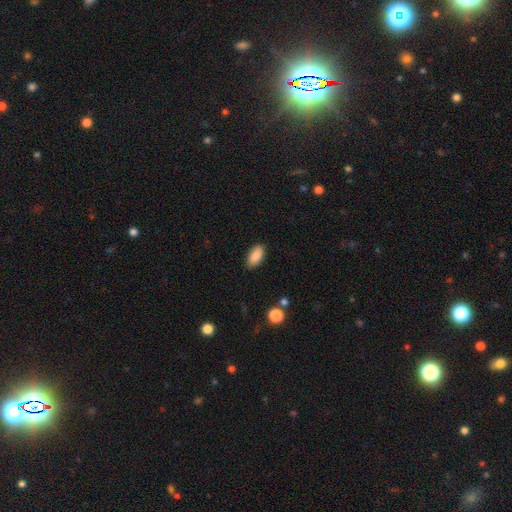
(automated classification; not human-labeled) Smooth or featured? Predicted: smooth (p=0.89). How rounded? Predicted: in between (p=0.93). Merging? Predicted: none (p=0.87).